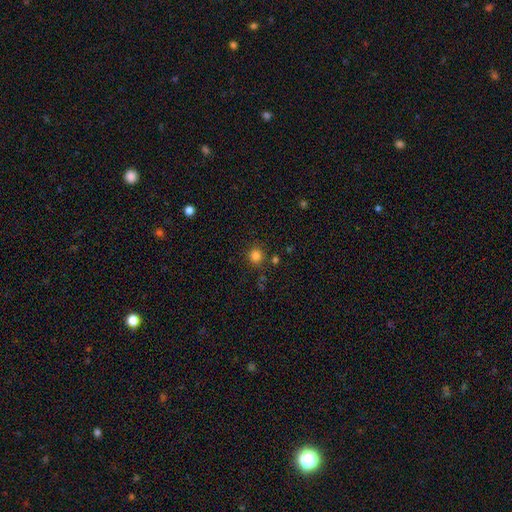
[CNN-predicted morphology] smooth 82%, star or artifact 13%, featured or disk 4%. Down the decision tree: how rounded — round (91%); merging — none (83%).